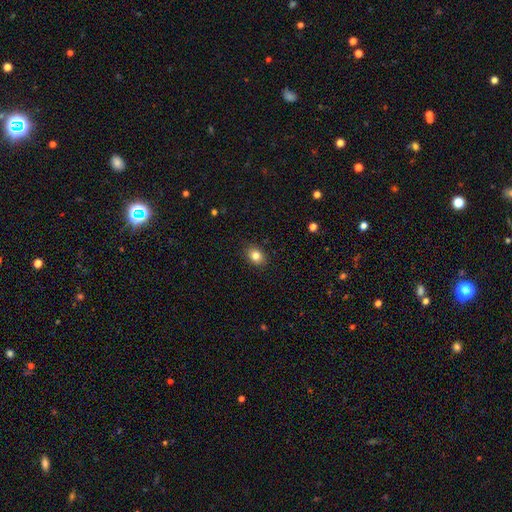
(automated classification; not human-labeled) A smooth galaxy with no disk features (83%) that is in between round and cigar-shaped (61%).

Vote fractions:
- Smooth or featured? smooth: 83% / star or artifact: 10% / featured or disk: 7%
- How rounded? in between: 61% / round: 38% / cigar-shaped: 1%
- Merging? none: 89% / minor disturbance: 8% / major disturbance: 2% / merger: 1%